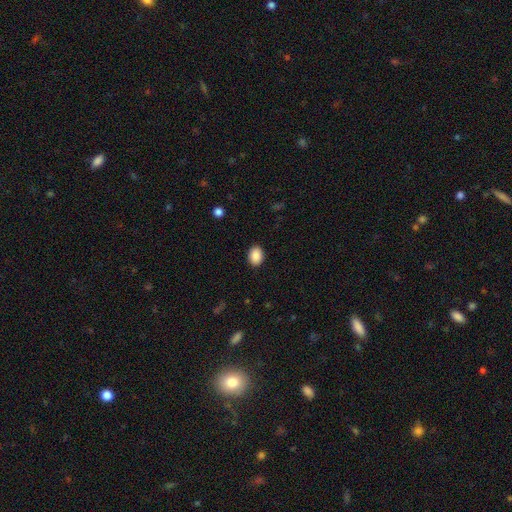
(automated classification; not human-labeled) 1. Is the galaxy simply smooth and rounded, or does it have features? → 89% smooth, 8% star or artifact, 3% featured or disk.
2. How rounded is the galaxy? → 64% in between, 35% round, 1% cigar-shaped.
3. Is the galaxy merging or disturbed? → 90% none, 7% minor disturbance, 2% major disturbance, 1% merger.